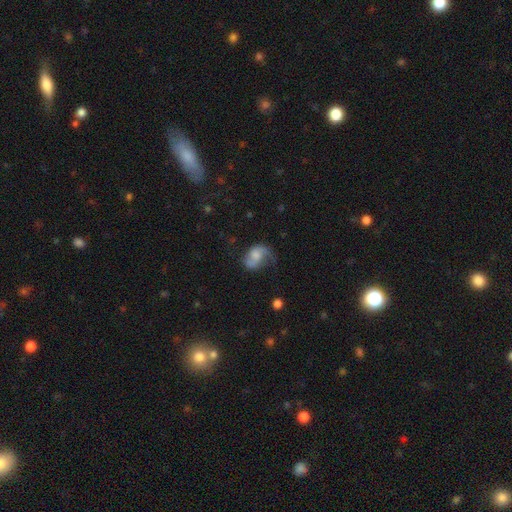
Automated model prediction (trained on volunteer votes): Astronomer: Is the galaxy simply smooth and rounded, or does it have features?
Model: featured or disk — 49% (runner-up: smooth, 42%).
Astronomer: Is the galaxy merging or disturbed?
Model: none — 42% (runner-up: minor disturbance, 31%).